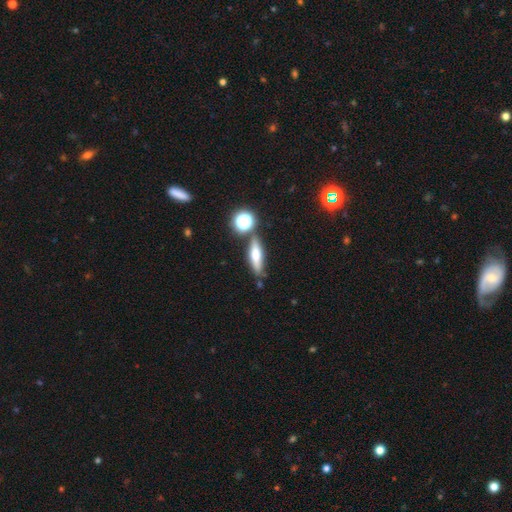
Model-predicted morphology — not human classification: Smooth or featured: smooth — 48% (featured or disk — 41%)
Merging: none — 76% (minor disturbance — 11%)